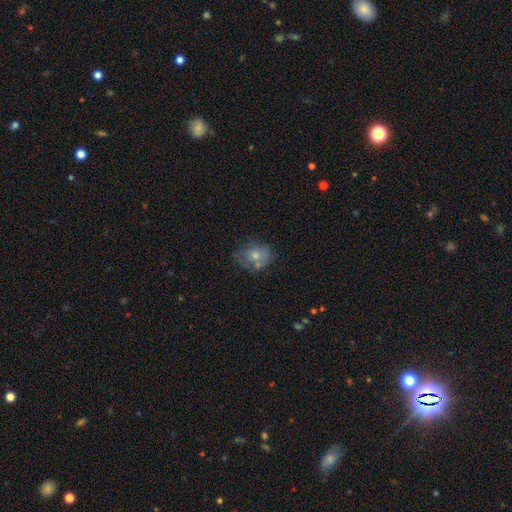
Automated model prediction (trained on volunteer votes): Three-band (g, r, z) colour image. It shows a smooth galaxy with no disk features (58%) that is round (54%). Merging: none (66%).